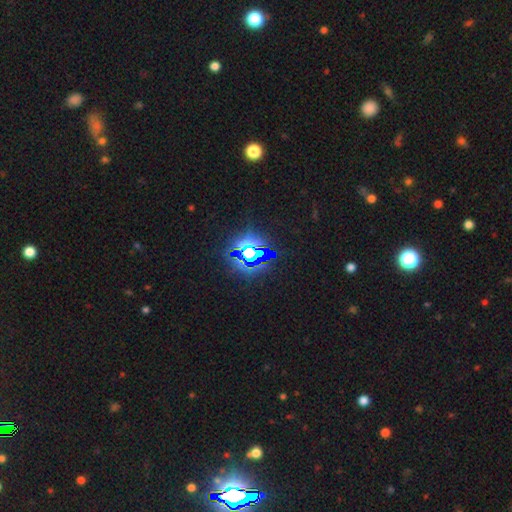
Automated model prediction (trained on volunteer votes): The model was most divided on "smooth or featured": star or artifact: 78%, smooth: 11%, featured or disk: 11%.